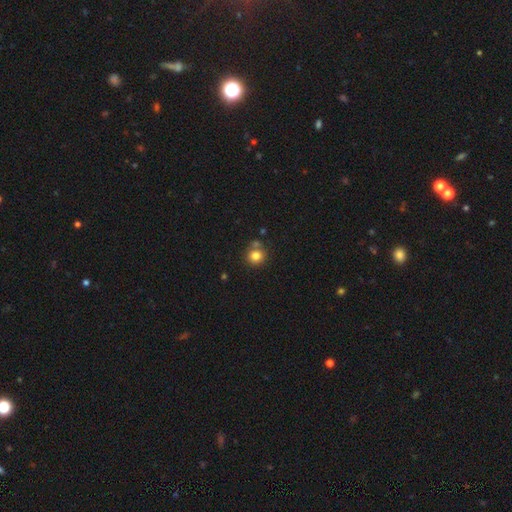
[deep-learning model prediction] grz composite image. It shows a smooth galaxy with no disk features (81%) that is round (90%). Merging: none (69%).